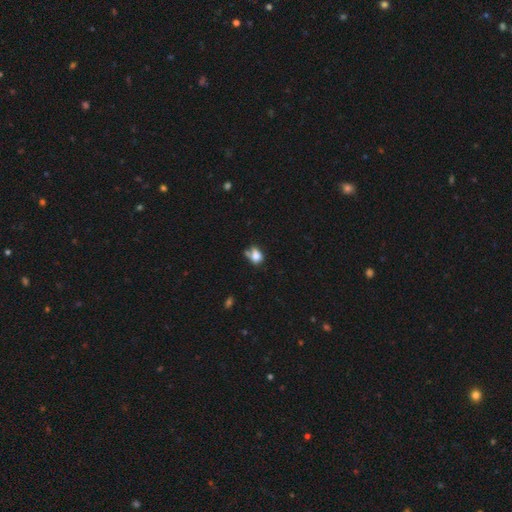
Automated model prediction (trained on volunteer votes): This is likely a smooth galaxy (75%). How rounded: possibly in between (60%). Merging: marginally none (36%).